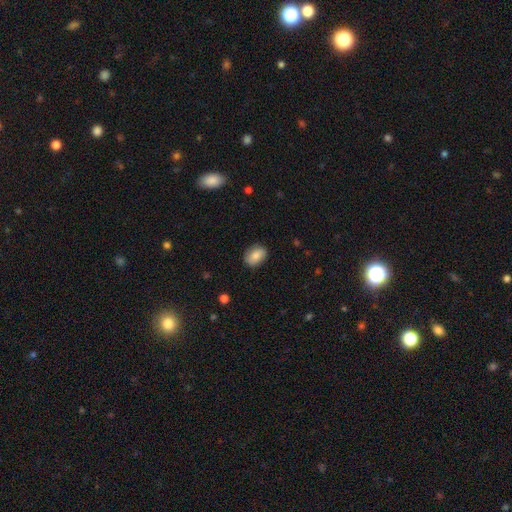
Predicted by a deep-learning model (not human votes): Smooth or featured? smooth (80%)
How rounded? in between (78%)
Merging? none (85%)